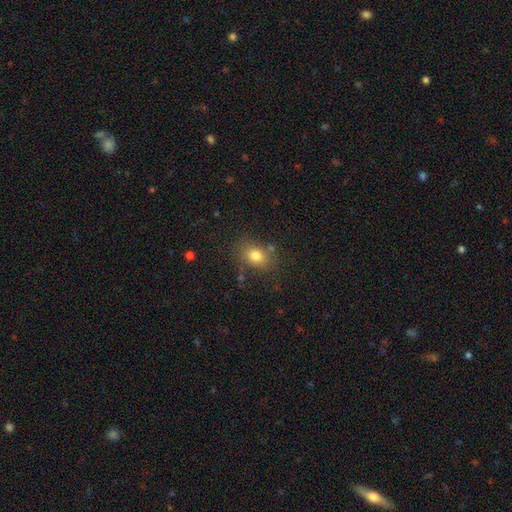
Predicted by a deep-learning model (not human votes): Q: Smooth or featured?
A: smooth (79%); runner-up: star or artifact (12%)
Q: How rounded?
A: in between (60%); runner-up: round (39%)
Q: Merging?
A: none (74%); runner-up: minor disturbance (15%)